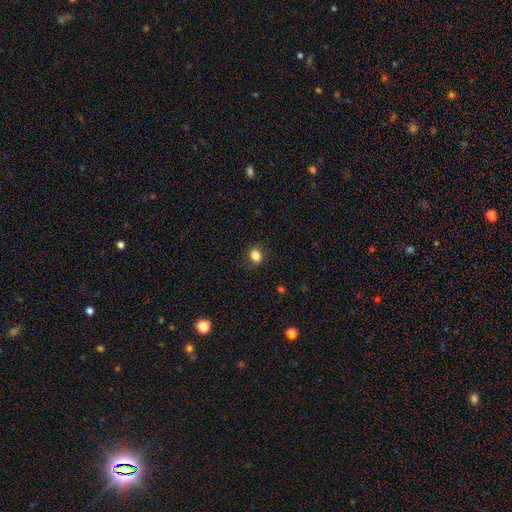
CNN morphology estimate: This is clearly a smooth galaxy (84%). How rounded: possibly round (57%). Merging: clearly none (86%).